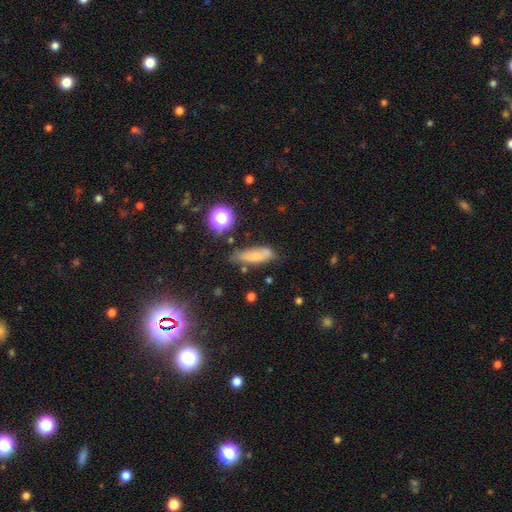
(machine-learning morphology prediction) A smooth galaxy with no disk features (65%) that is in between round and cigar-shaped (55%).

Vote fractions:
- Smooth or featured? smooth: 65% / featured or disk: 22% / star or artifact: 13%
- How rounded? in between: 55% / cigar-shaped: 40% / round: 5%
- Merging? none: 59% / minor disturbance: 26% / major disturbance: 8% / merger: 6%